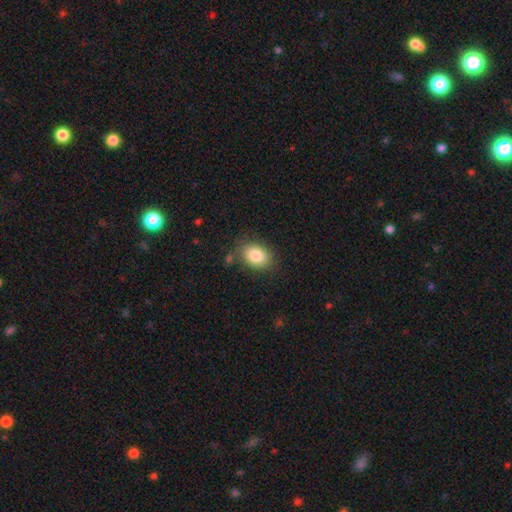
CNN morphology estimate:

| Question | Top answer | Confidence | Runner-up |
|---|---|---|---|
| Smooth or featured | smooth | 85% | featured or disk (8%) |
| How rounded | in between | 78% | round (21%) |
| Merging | none | 78% | minor disturbance (15%) |